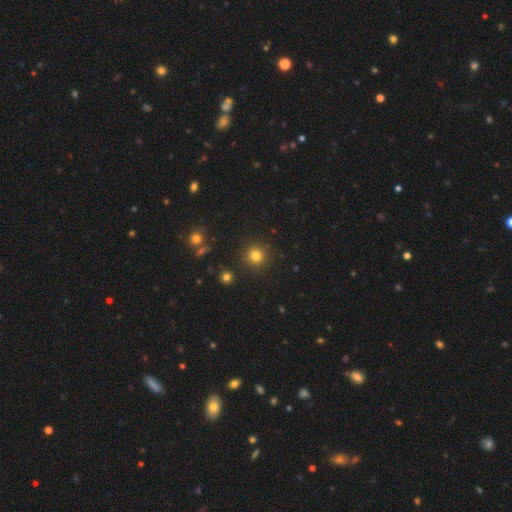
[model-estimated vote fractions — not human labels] smooth_or_featured: smooth (p=0.80) [alt: star or artifact p=0.14]
how_rounded: round (p=0.93) [alt: in between p=0.06]
merging: none (p=0.89) [alt: minor disturbance p=0.06]